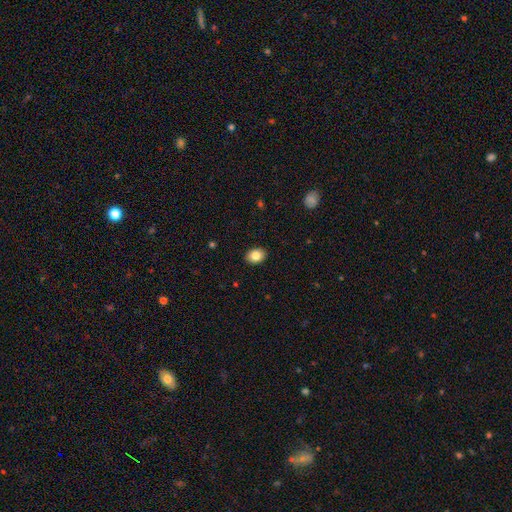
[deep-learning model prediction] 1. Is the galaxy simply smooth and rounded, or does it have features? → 83% smooth, 9% star or artifact, 8% featured or disk.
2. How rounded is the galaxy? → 66% in between, 33% round, 1% cigar-shaped.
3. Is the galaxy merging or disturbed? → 90% none, 7% minor disturbance, 2% major disturbance, 1% merger.